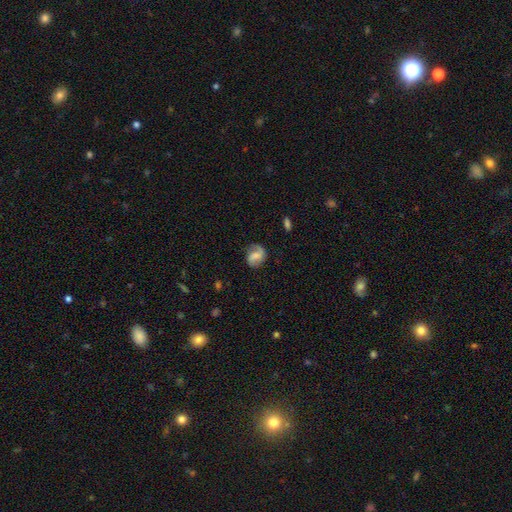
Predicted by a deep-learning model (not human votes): Smooth or featured?
  - featured or disk: 60% *
  - smooth: 32%
  - star or artifact: 8%
Edge-on disk?
  - no: 97% *
  - yes: 3%
Bar?
  - weak: 47% *
  - no: 30%
  - strong: 23%
Spiral arms?
  - yes: 91% *
  - no: 9%
Spiral winding?
  - medium: 43% *
  - loose: 38%
  - tight: 19%
Spiral arm count?
  - 2: 76% *
  - 1: 15%
  - can't tell: 6%
  - 3: 1%
  - 4: 1%
  - more than 4: 1%
Bulge size?
  - none: 35% *
  - moderate: 26%
  - small: 25%
  - large: 11%
  - dominant: 2%
Merging?
  - none: 72% *
  - minor disturbance: 18%
  - major disturbance: 8%
  - merger: 2%